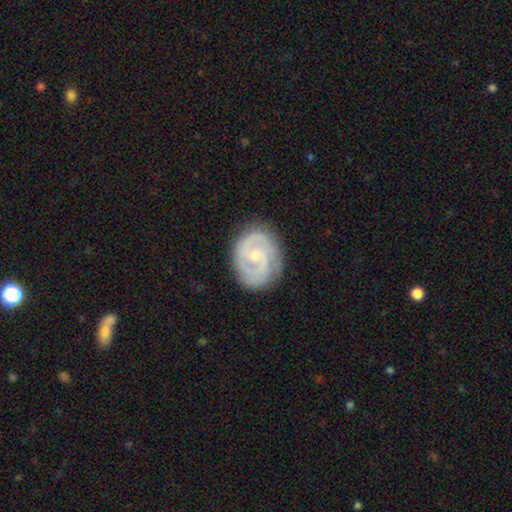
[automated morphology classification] Smooth or featured: featured or disk — 85% (smooth — 11%)
Edge-on disk: no — 98% (yes — 2%)
Bar: no — 53% (weak — 39%)
Spiral arms: yes — 95% (no — 5%)
Spiral winding: tight — 52% (medium — 40%)
Spiral arm count: 2 — 74% (can't tell — 10%)
Bulge size: small — 69% (moderate — 26%)
Merging: none — 81% (minor disturbance — 14%)